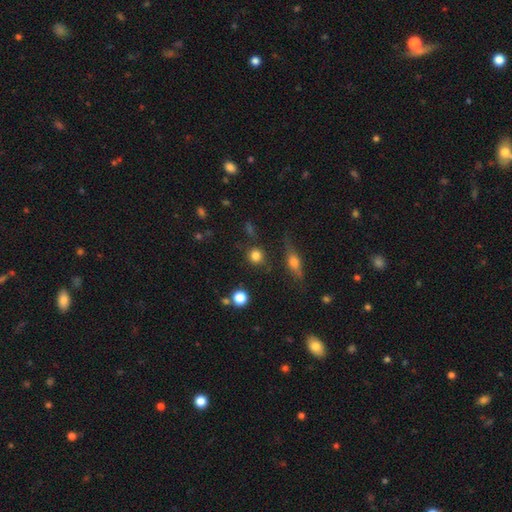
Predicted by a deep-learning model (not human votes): Overall: smooth (81%). How rounded: round (89%). Merging: none (82%).